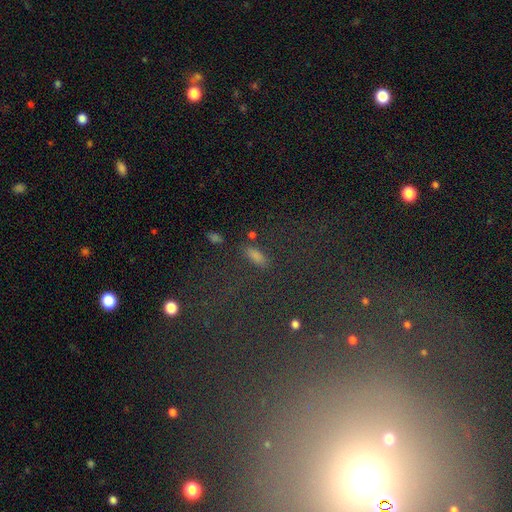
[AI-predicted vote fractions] smooth-or-featured: smooth: 66% | star or artifact: 24% | featured or disk: 10%
  how-rounded: in between: 63% | cigar-shaped: 31% | round: 6%
  merging: none: 79% | minor disturbance: 12% | major disturbance: 5% | merger: 4%